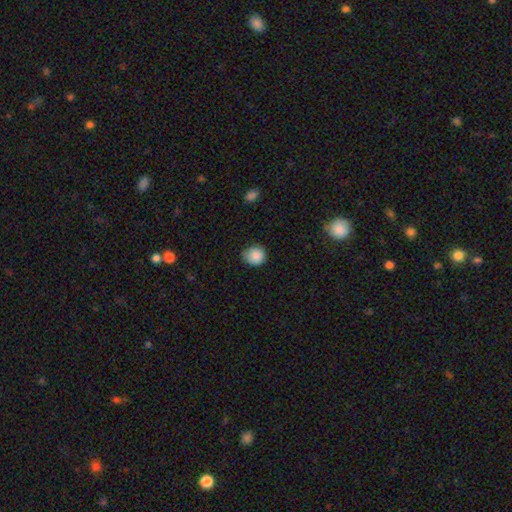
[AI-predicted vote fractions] Morphology: type=smooth (87%); roundness=round (83%); merging=none (70%).